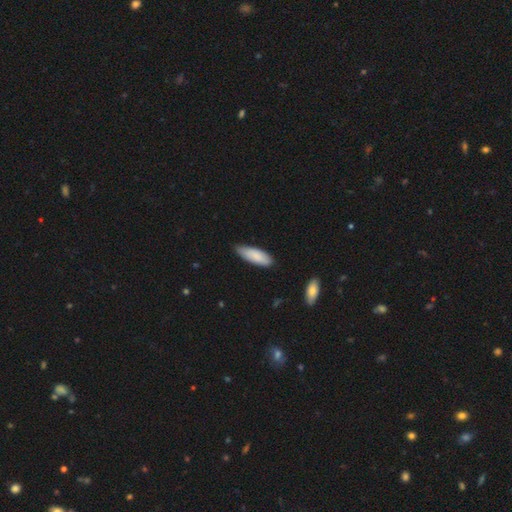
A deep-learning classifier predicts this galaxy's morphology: A smooth galaxy with no disk features (86%) that is in between round and cigar-shaped (64%).

Vote fractions:
- Smooth or featured? smooth: 86% / featured or disk: 9% / star or artifact: 5%
- How rounded? in between: 64% / cigar-shaped: 34% / round: 1%
- Merging? none: 70% / minor disturbance: 26% / major disturbance: 3% / merger: 2%